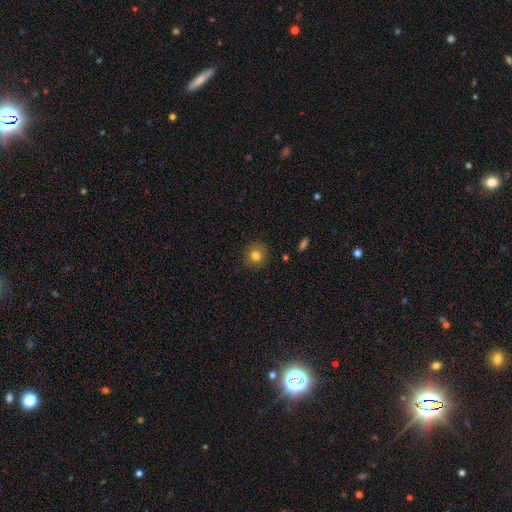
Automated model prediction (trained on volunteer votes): Smooth or featured?
  - smooth: 80% *
  - star or artifact: 11%
  - featured or disk: 9%
How rounded?
  - round: 89% *
  - in between: 10%
  - cigar-shaped: 1%
Merging?
  - none: 89% *
  - minor disturbance: 8%
  - major disturbance: 2%
  - merger: 1%